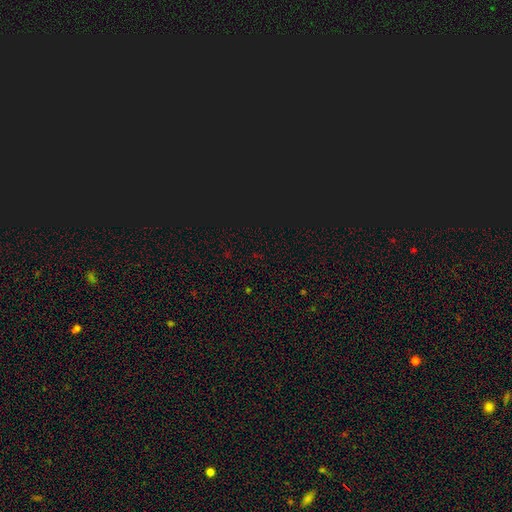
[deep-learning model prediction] A star or artifact, not a galaxy (73%).